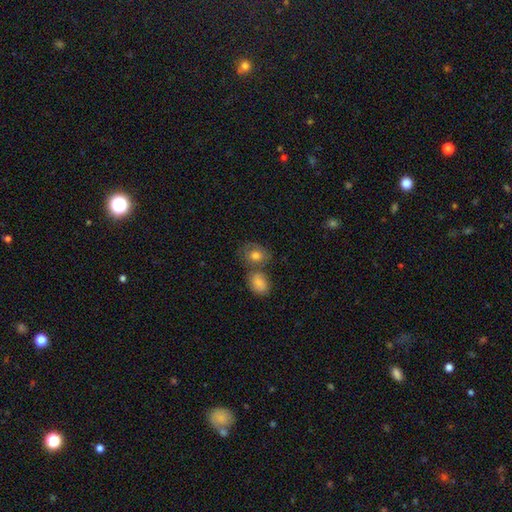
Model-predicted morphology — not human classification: Smooth or featured?
  - smooth: 74% *
  - featured or disk: 18%
  - star or artifact: 8%
How rounded?
  - in between: 53% *
  - round: 46%
  - cigar-shaped: 1%
Merging?
  - none: 44% *
  - merger: 36%
  - minor disturbance: 14%
  - major disturbance: 6%